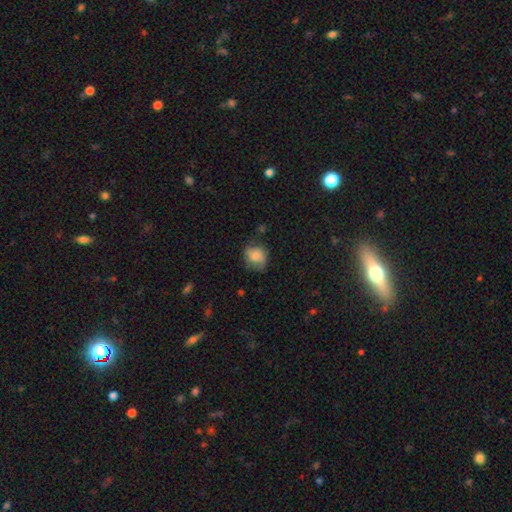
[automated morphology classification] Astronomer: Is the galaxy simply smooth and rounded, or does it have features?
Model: smooth — 72%.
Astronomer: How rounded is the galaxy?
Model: round — 60% (runner-up: in between, 39%).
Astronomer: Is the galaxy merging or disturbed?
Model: none — 57%.